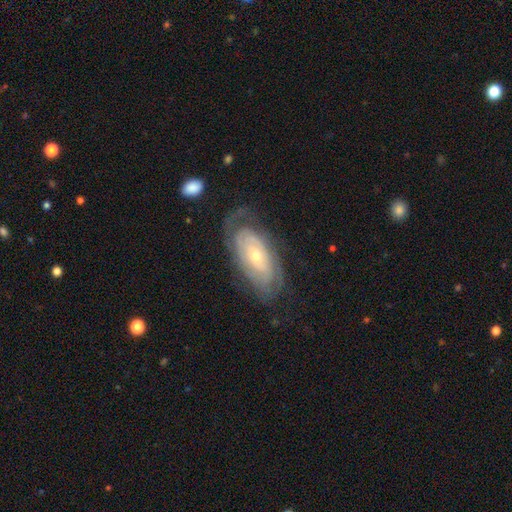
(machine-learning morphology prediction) type=featured or disk (79%); edge-on=no (92%); bar=no (65%); spiral arms=yes (87%); winding=tight (73%); arm count=can't tell (52%); bulge=small (53%); merging=none (67%).